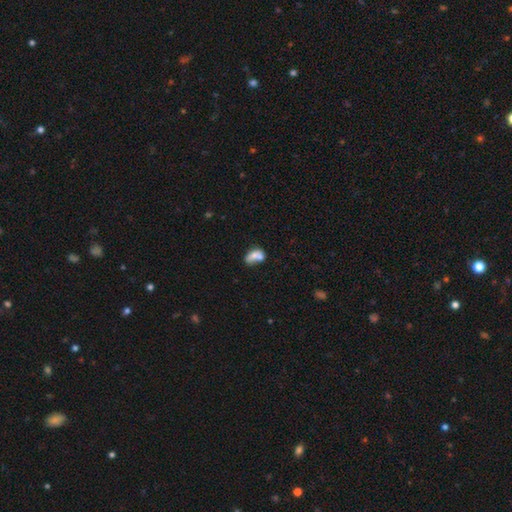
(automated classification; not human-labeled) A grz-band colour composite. It shows a smooth galaxy with no disk features (66%) that is in between round and cigar-shaped (77%). Merging: merger (54%).